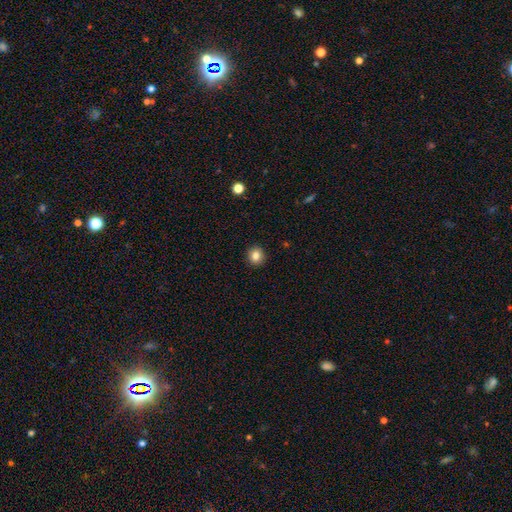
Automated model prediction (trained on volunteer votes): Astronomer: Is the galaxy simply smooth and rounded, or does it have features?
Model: smooth — 83%.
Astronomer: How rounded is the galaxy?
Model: round — 91%.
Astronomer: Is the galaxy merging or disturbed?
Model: none — 93%.